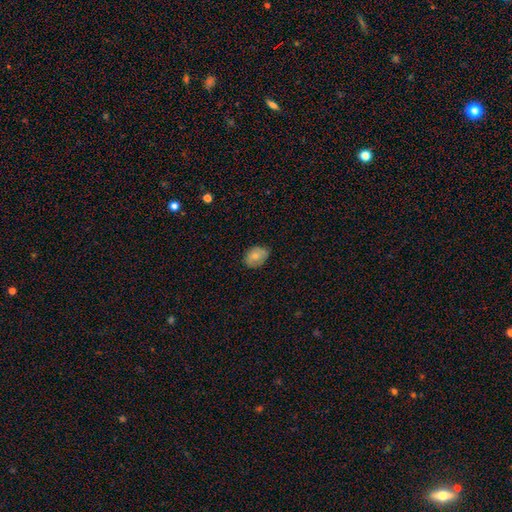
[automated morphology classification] A smooth galaxy with no disk features (80%) that is in between round and cigar-shaped (72%). Merging: none (74%).